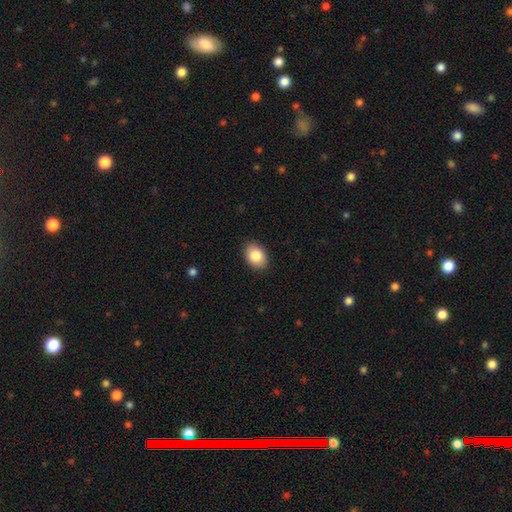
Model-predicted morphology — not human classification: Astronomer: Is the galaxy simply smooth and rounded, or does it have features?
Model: smooth — 85%.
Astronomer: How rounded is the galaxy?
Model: in between — 79%.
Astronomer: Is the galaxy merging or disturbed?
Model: none — 88%.